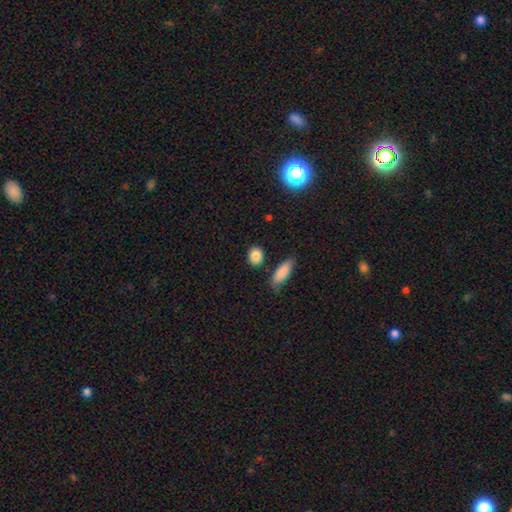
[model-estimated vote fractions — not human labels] Q: Smooth or featured?
A: smooth (87%); runner-up: star or artifact (8%)
Q: How rounded?
A: in between (51%); runner-up: round (45%)
Q: Merging?
A: none (83%); runner-up: minor disturbance (10%)